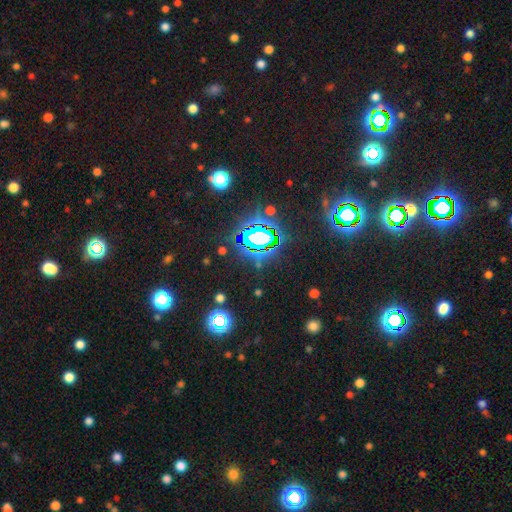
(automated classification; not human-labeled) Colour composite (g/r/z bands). It shows a star or artifact, not a galaxy (79%).